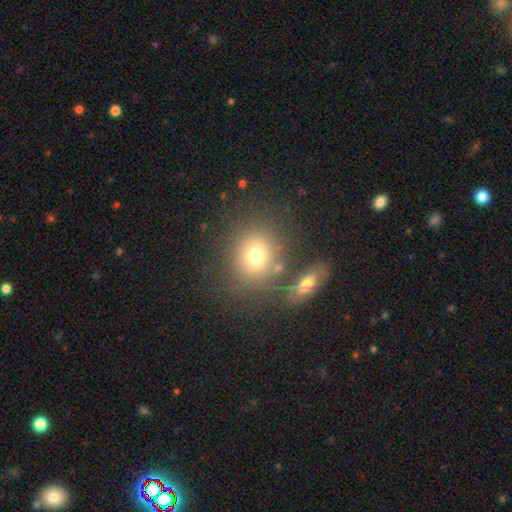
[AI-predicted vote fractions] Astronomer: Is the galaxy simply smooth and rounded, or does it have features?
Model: smooth — 73%.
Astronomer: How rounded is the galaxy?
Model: round — 66%.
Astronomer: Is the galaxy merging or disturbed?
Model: none — 66%.